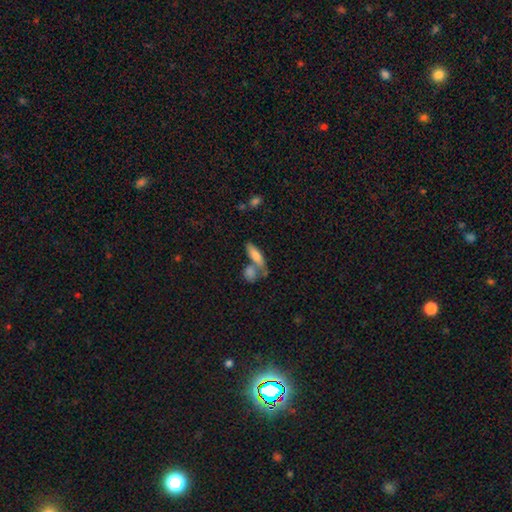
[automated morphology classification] This is likely a smooth galaxy (72%). How rounded: possibly cigar-shaped (51%). Merging: possibly none (49%).